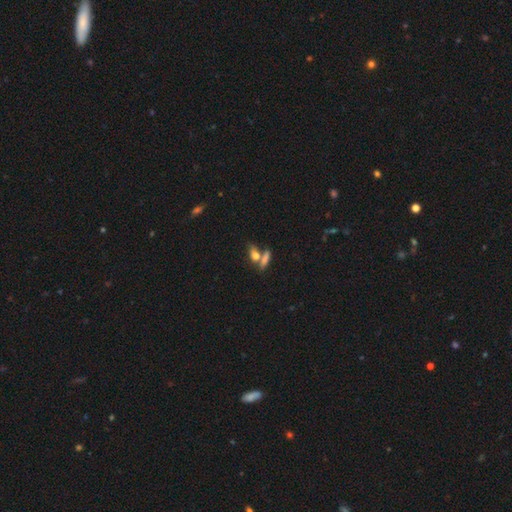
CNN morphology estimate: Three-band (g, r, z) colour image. It shows a smooth galaxy with no disk features (74%) that is in between round and cigar-shaped (66%). Merging: none (44%).